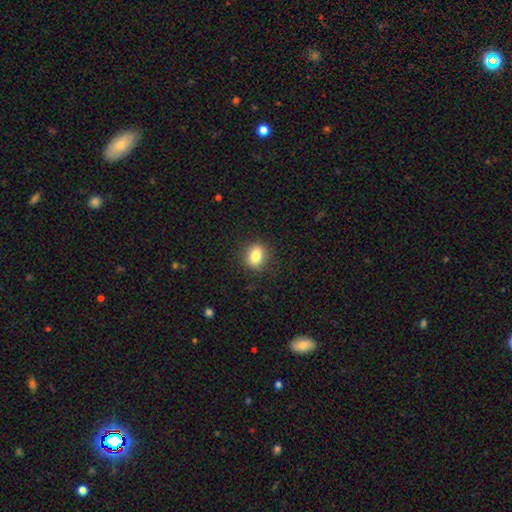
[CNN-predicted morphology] Smooth or featured? smooth (81%)
How rounded? round (60%)
Merging? none (88%)